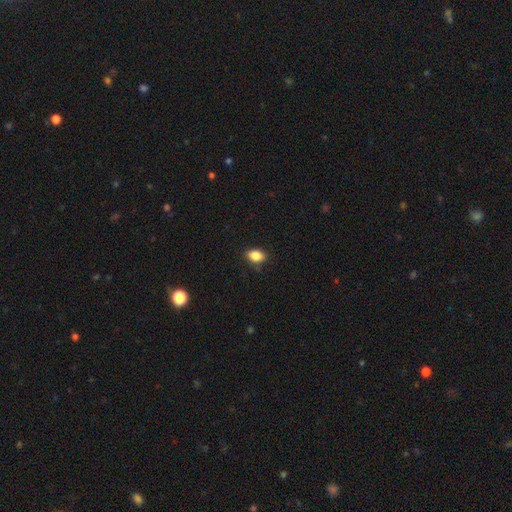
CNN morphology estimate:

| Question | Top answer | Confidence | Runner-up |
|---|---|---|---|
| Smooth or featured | smooth | 86% | star or artifact (9%) |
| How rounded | in between | 80% | round (18%) |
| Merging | none | 84% | minor disturbance (12%) |